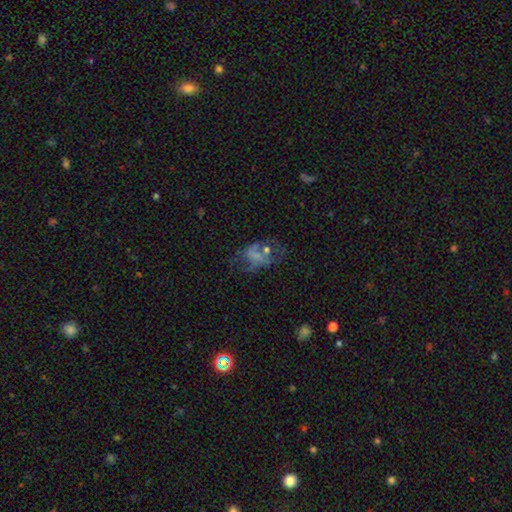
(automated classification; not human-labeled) smooth-or-featured: featured or disk: 50% | smooth: 34% | star or artifact: 16%
  merging: major disturbance: 42% | none: 29% | minor disturbance: 18% | merger: 11%